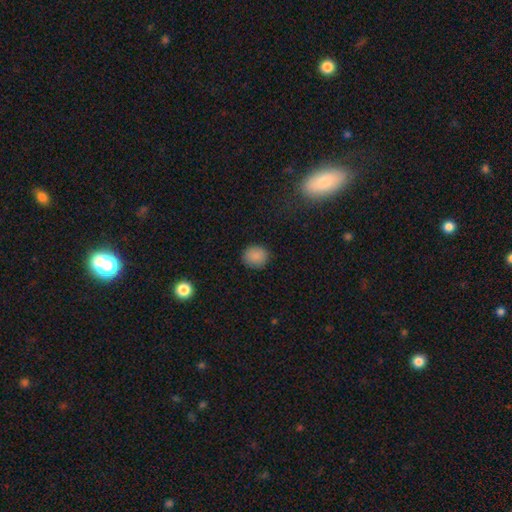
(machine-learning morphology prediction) This is clearly a smooth galaxy (87%). How rounded: likely round (79%). Merging: clearly none (89%).